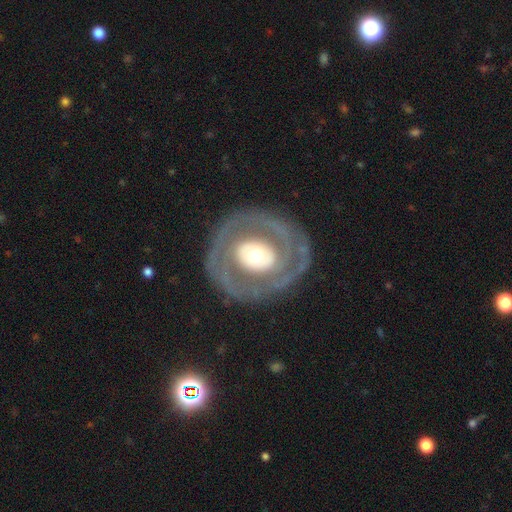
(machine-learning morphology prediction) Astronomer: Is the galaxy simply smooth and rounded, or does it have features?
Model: featured or disk — 74%.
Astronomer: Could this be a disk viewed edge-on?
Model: no — 96%.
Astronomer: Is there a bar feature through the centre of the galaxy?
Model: no — 71%.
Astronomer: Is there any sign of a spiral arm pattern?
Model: yes — 58% (runner-up: no, 42%).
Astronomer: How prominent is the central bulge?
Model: moderate — 61%.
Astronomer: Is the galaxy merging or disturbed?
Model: none — 79%.